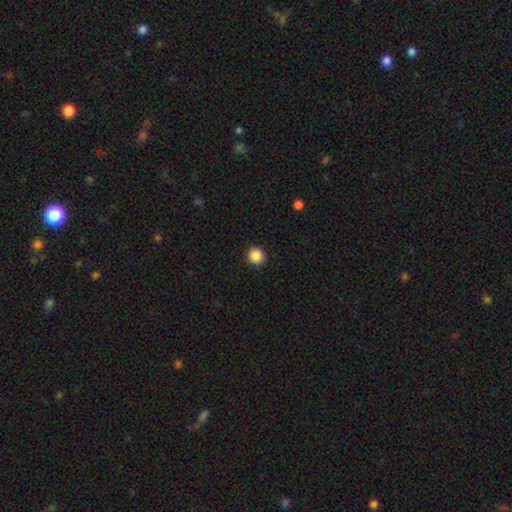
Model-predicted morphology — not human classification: Smooth or featured? smooth (87%)
How rounded? round (94%)
Merging? none (93%)